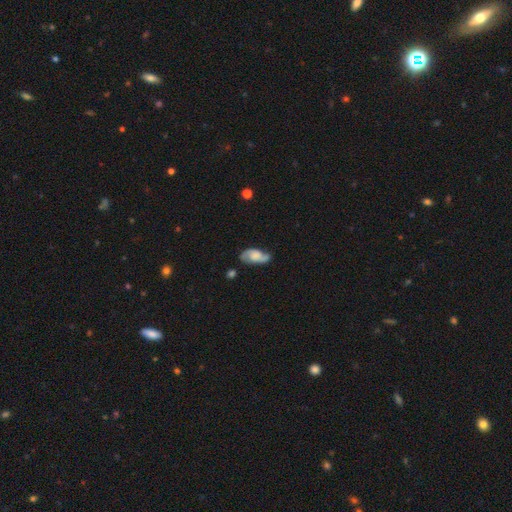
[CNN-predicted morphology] Smooth or featured? Predicted: featured or disk (p=0.66). Edge-on disk? Predicted: no (p=0.94). Bar? Predicted: no (p=0.60). Spiral arms? Predicted: yes (p=0.92). Spiral winding? Predicted: medium (p=0.43). Spiral arm count? Predicted: 2 (p=0.87). Bulge size? Predicted: none (p=0.33). Merging? Predicted: none (p=0.67).